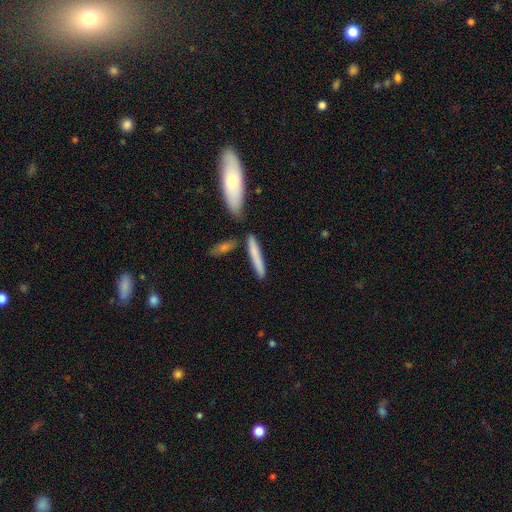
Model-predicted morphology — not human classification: This is likely a smooth galaxy (71%). How rounded: clearly cigar-shaped (89%). Merging: likely none (71%).